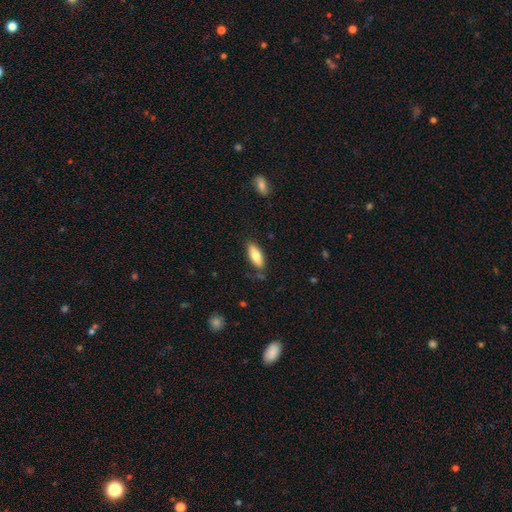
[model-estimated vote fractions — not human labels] Q: Smooth or featured?
A: smooth (78%); runner-up: featured or disk (15%)
Q: How rounded?
A: in between (70%); runner-up: cigar-shaped (28%)
Q: Merging?
A: none (80%); runner-up: minor disturbance (14%)